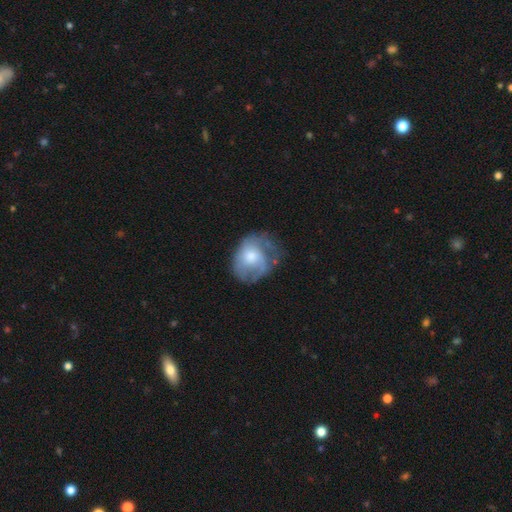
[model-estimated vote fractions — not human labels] Smooth or featured: featured or disk — 50% (smooth — 43%)
Edge-on disk: no — 97% (yes — 3%)
Merging: none — 39% (minor disturbance — 29%)